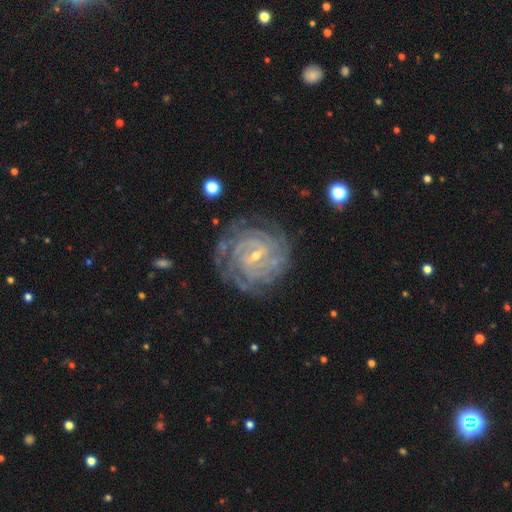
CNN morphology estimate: smooth_or_featured: featured or disk (p=0.89) [alt: star or artifact p=0.05]
disk_edge_on: no (p=0.97) [alt: yes p=0.03]
bar: weak (p=0.54) [alt: strong p=0.26]
has_spiral_arms: yes (p=0.97) [alt: no p=0.03]
spiral_winding: tight (p=0.81) [alt: medium p=0.16]
spiral_arm_count: can't tell (p=0.29) [alt: 4 p=0.25]
bulge_size: small (p=0.72) [alt: moderate p=0.25]
merging: none (p=0.77) [alt: minor disturbance p=0.15]